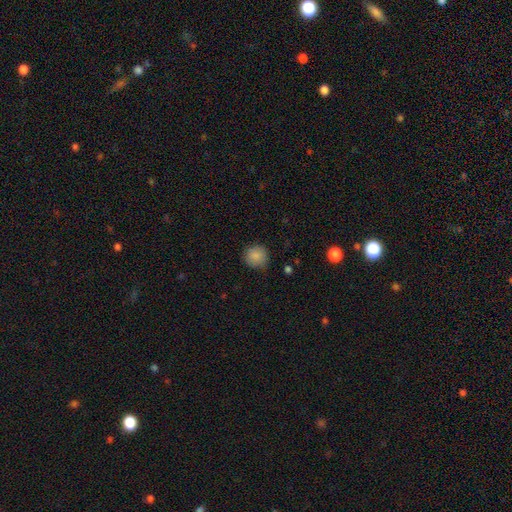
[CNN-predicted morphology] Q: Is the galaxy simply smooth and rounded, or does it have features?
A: smooth — 87%.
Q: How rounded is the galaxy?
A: round — 92%.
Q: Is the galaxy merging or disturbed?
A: none — 82%.